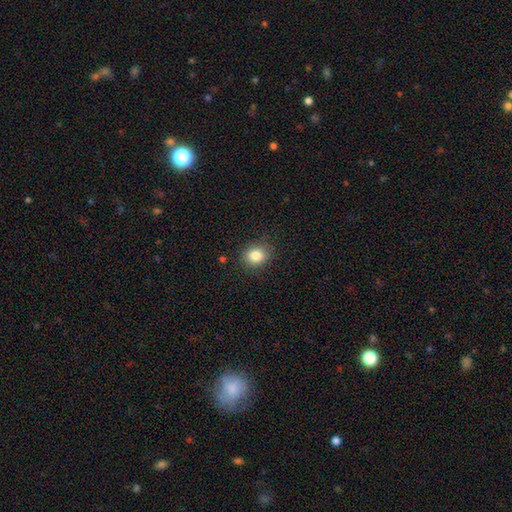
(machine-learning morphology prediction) smooth-or-featured: smooth: 83% | star or artifact: 11% | featured or disk: 6%
  how-rounded: round: 70% | in between: 29% | cigar-shaped: 1%
  merging: none: 87% | minor disturbance: 9% | major disturbance: 3% | merger: 1%